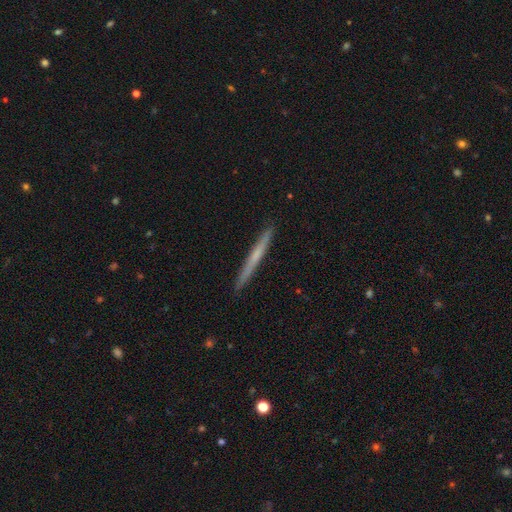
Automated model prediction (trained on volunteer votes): Smooth or featured: featured or disk — 49% (smooth — 45%)
Merging: none — 92% (minor disturbance — 5%)